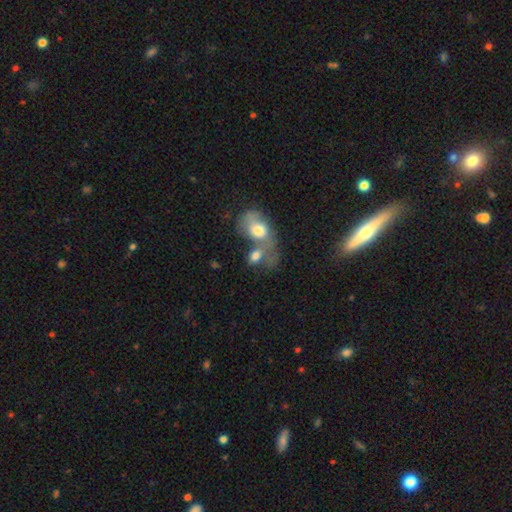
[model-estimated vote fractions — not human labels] Q: Smooth or featured?
A: smooth (70%); runner-up: featured or disk (21%)
Q: How rounded?
A: in between (71%); runner-up: round (27%)
Q: Merging?
A: merger (66%); runner-up: none (15%)